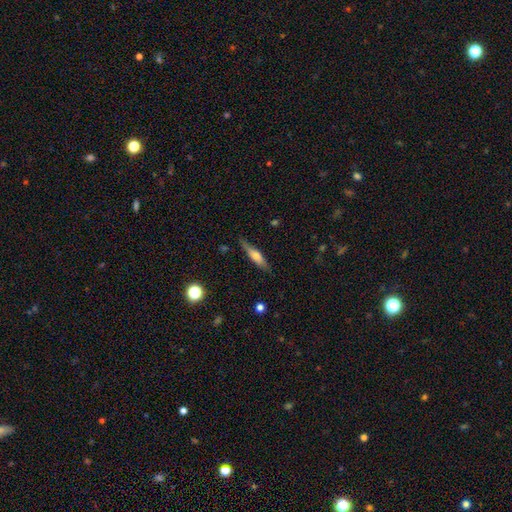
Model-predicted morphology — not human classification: Smooth or featured? smooth (50%)
How rounded? cigar-shaped (78%)
Merging? none (79%)